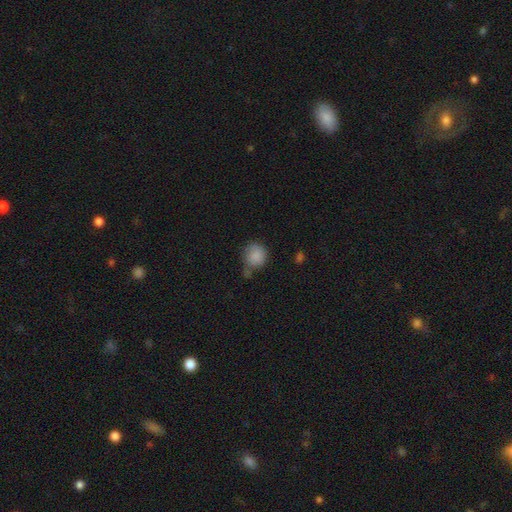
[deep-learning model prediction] This is clearly a smooth galaxy (85%). How rounded: likely round (78%). Merging: possibly none (48%).